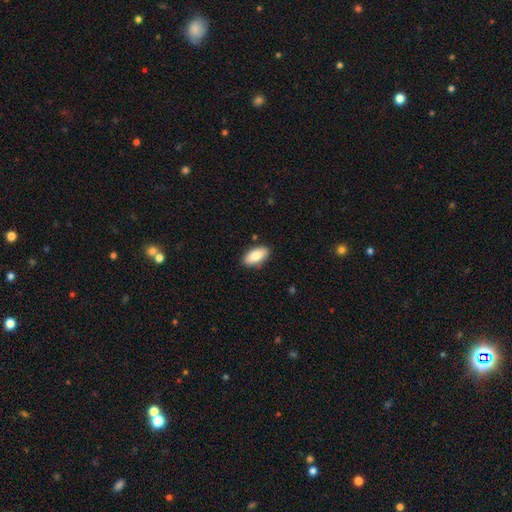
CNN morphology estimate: type=smooth (84%); roundness=in between (90%); merging=none (87%).